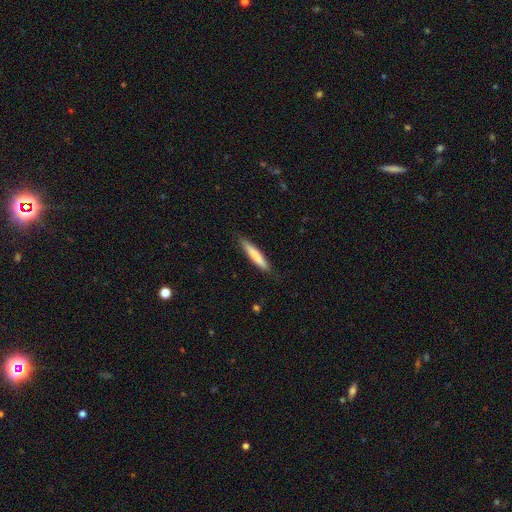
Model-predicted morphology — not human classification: A smooth galaxy with no disk features (76%) that is cigar-shaped (92%). Merging: none (86%).